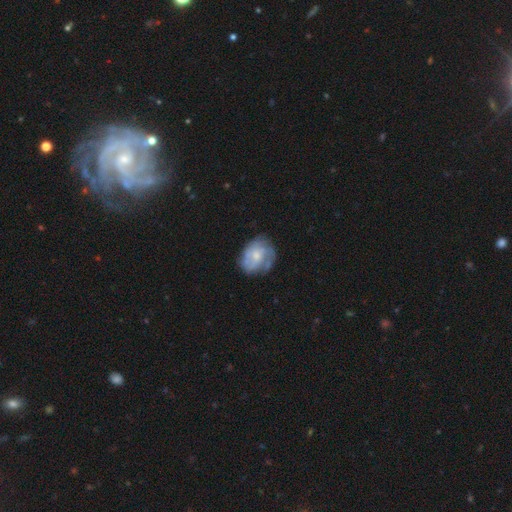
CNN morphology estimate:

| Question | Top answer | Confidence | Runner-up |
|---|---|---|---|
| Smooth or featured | featured or disk | 65% | smooth (28%) |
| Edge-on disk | no | 98% | yes (2%) |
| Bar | no | 75% | weak (22%) |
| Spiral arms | yes | 81% | no (19%) |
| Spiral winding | tight | 44% | medium (38%) |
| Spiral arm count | can't tell | 42% | 3 (20%) |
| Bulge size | small | 52% | moderate (37%) |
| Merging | none | 66% | minor disturbance (22%) |